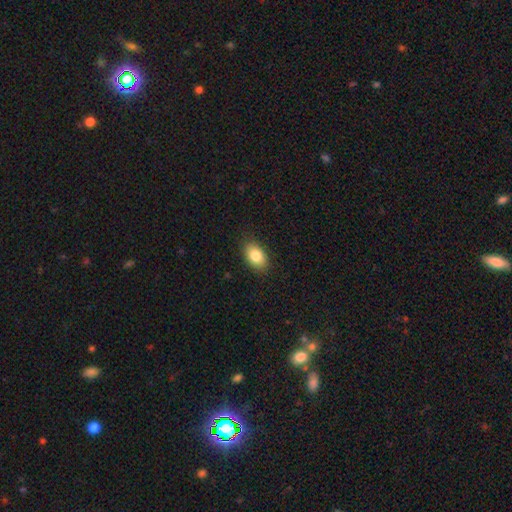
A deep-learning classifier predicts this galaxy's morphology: type=smooth (84%); roundness=in between (89%); merging=none (86%).